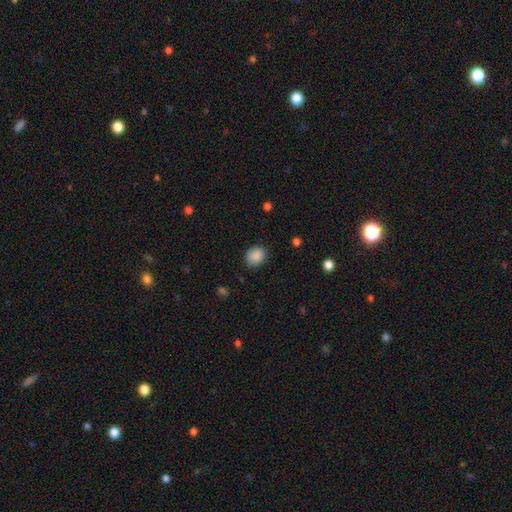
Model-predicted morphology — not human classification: This is clearly a smooth galaxy (88%). How rounded: possibly round (54%). Merging: clearly none (83%).